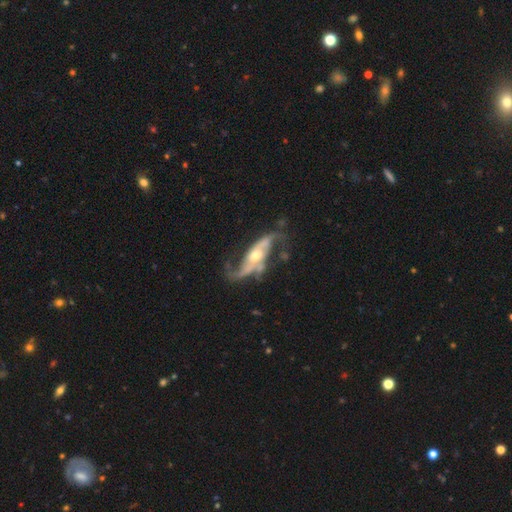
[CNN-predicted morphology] type=featured or disk (87%); edge-on=no (90%); bar=no (49%); spiral arms=yes (93%); winding=loose (70%); arm count=2 (87%); bulge=moderate (68%); merging=none (53%).